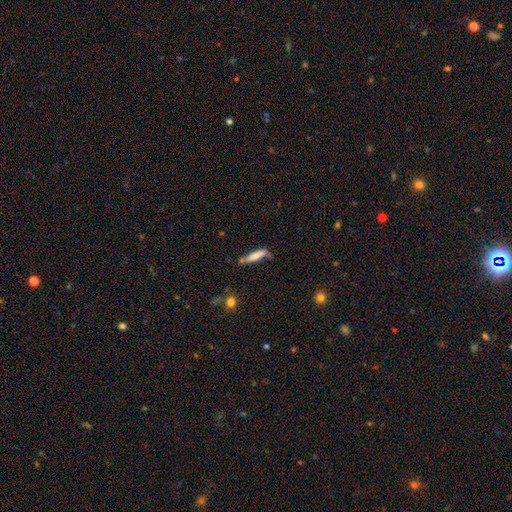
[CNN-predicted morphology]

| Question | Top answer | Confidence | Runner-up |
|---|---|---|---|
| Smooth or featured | smooth | 74% | featured or disk (19%) |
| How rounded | cigar-shaped | 78% | in between (20%) |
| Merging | none | 53% | minor disturbance (29%) |